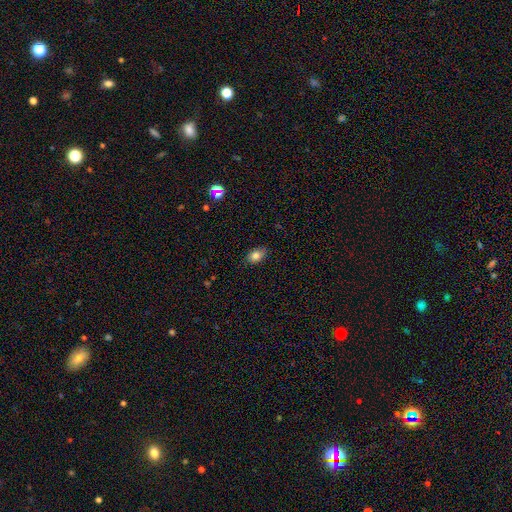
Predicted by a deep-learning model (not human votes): A smooth galaxy with no disk features (82%) that is in between round and cigar-shaped (85%).

Vote fractions:
- Smooth or featured? smooth: 82% / star or artifact: 9% / featured or disk: 9%
- How rounded? in between: 85% / round: 13% / cigar-shaped: 2%
- Merging? none: 84% / minor disturbance: 13% / major disturbance: 2% / merger: 1%